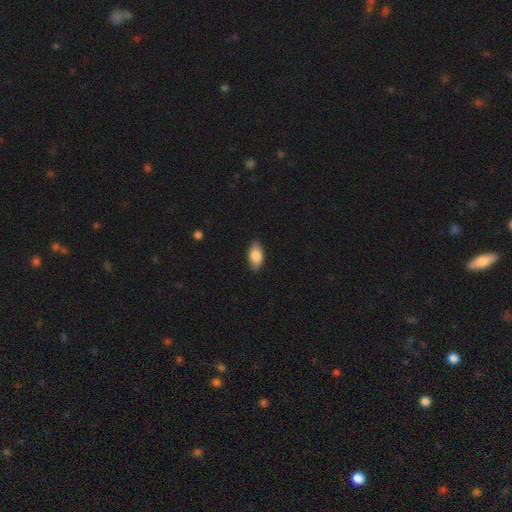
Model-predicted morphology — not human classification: Smooth or featured?
  - smooth: 84% *
  - featured or disk: 10%
  - star or artifact: 6%
How rounded?
  - in between: 91% *
  - cigar-shaped: 6%
  - round: 3%
Merging?
  - none: 88% *
  - minor disturbance: 9%
  - major disturbance: 2%
  - merger: 1%